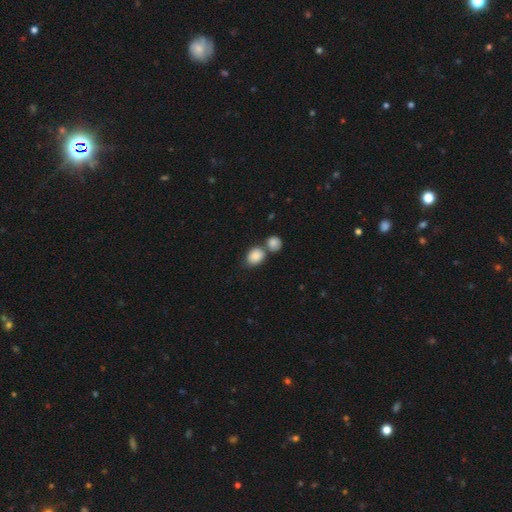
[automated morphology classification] Overall: smooth (88%). How rounded: in between (58%; round 40%). Merging: none (46%; merger 39%).